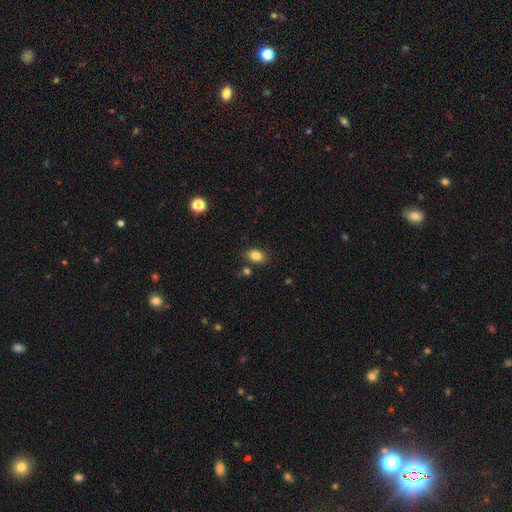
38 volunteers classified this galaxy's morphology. Smooth or featured: smooth — 84% (featured or disk — 8%)
How rounded: in between — 81% (round — 19%)
Merging: none — 77% (minor disturbance — 17%)